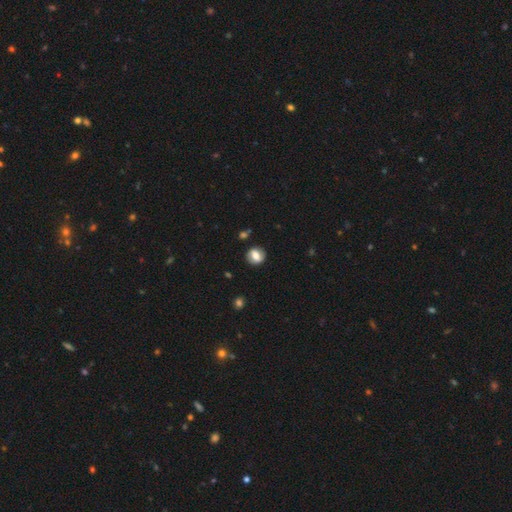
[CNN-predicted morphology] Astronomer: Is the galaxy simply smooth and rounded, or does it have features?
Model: smooth — 64%.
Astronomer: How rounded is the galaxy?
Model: round — 68%.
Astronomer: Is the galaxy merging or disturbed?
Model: none — 83%.